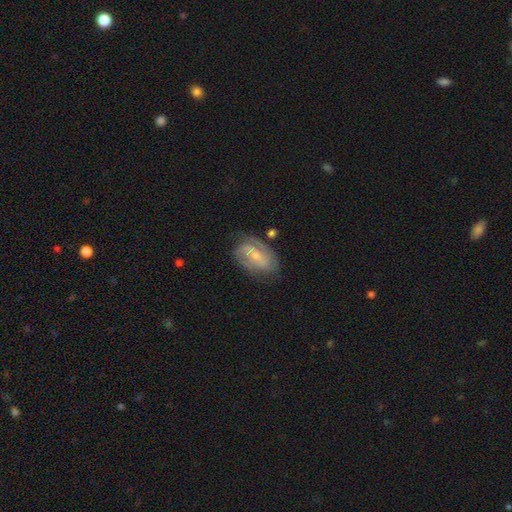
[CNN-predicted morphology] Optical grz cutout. It shows a featured or disk galaxy (71%) with a weak bar (41%), 2 (56%) tight (41%) spiral arms (87%) and a small central bulge (68%). Merging: none (62%).